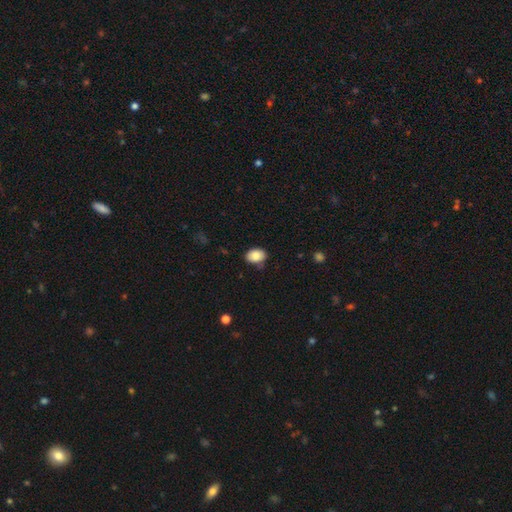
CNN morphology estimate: This appears to be a smooth galaxy with no disk features (85%) that is in between round and cigar-shaped (78%). Merging: none (76%).